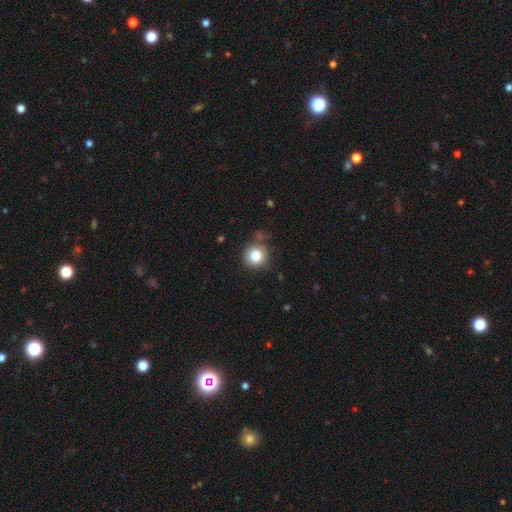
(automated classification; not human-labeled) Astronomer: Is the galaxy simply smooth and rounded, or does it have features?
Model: smooth — 83%.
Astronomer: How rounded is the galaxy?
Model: round — 93%.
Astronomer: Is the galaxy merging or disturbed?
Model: none — 79%.